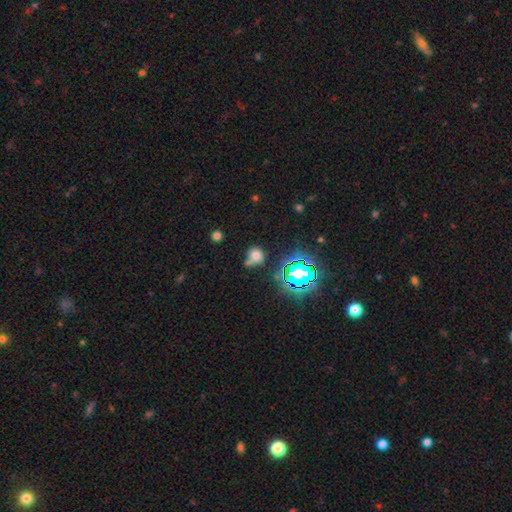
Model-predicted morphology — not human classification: Q: Smooth or featured?
A: smooth (65%); runner-up: star or artifact (25%)
Q: How rounded?
A: round (77%); runner-up: in between (21%)
Q: Merging?
A: none (51%); runner-up: merger (28%)